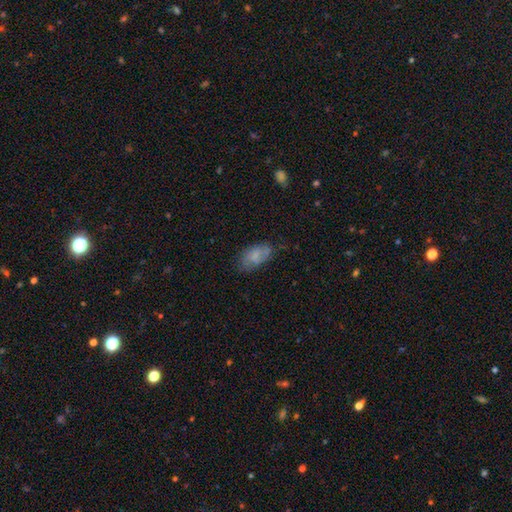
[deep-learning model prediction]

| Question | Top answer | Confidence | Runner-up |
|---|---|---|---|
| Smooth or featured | smooth | 72% | featured or disk (21%) |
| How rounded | in between | 93% | round (4%) |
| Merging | none | 64% | minor disturbance (26%) |